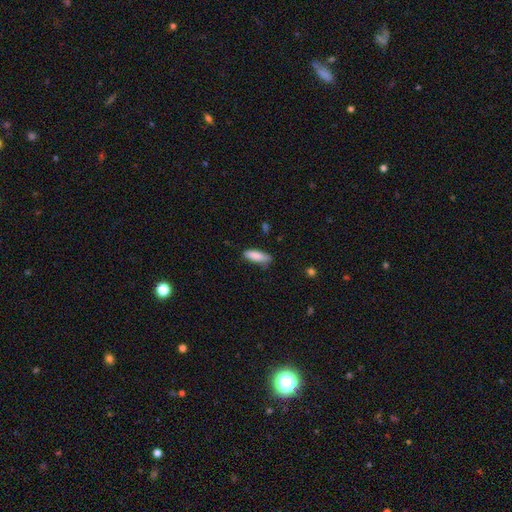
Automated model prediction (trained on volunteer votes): Smooth or featured? smooth (86%)
How rounded? in between (59%)
Merging? none (72%)